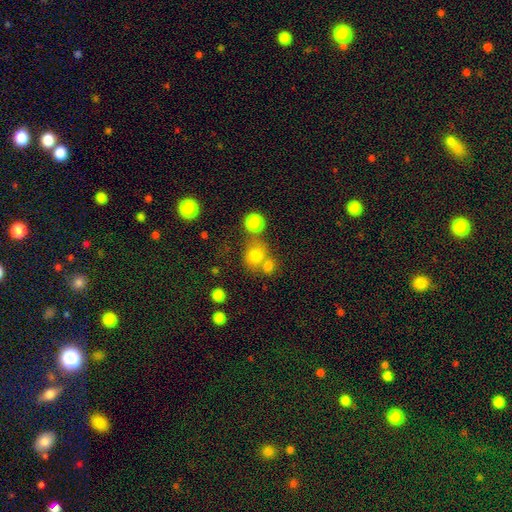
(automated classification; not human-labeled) Smooth or featured? Predicted: smooth (p=0.75). How rounded? Predicted: round (p=0.76). Merging? Predicted: none (p=0.52).